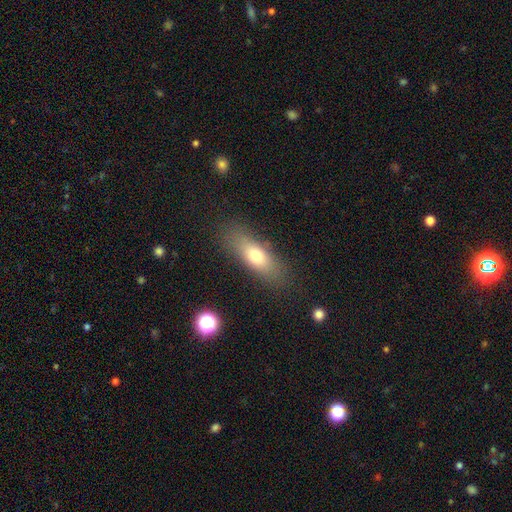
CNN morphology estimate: smooth 72%, featured or disk 20%, star or artifact 8%. Down the decision tree: how rounded — in between (60%); merging — none (82%).